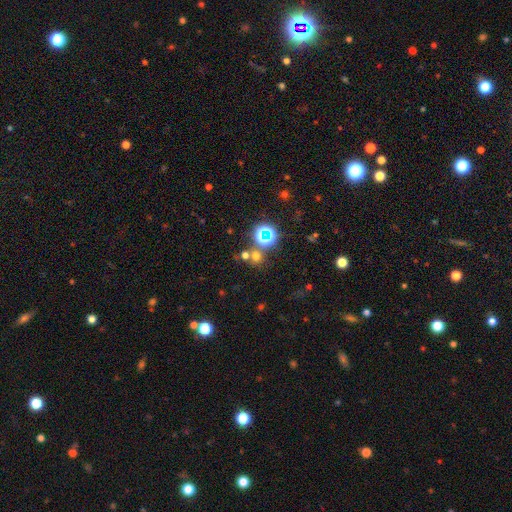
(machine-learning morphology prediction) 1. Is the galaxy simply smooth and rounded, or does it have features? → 53% smooth, 39% star or artifact, 8% featured or disk.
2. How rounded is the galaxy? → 86% round, 12% in between, 1% cigar-shaped.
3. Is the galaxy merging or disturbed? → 67% none, 21% merger, 8% minor disturbance, 4% major disturbance.